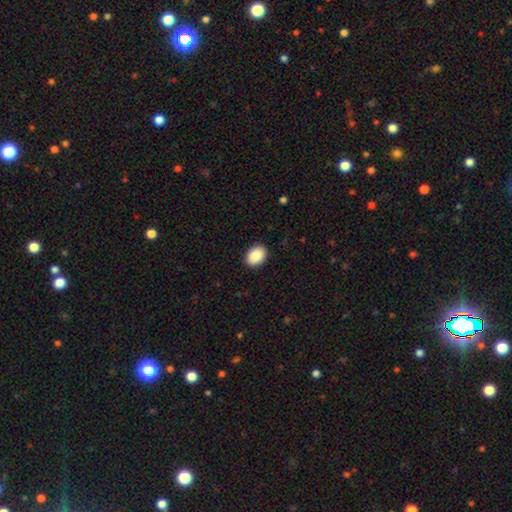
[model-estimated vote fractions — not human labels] smooth 89%, star or artifact 7%, featured or disk 4%. Down the decision tree: how rounded — in between (75%); merging — none (91%).